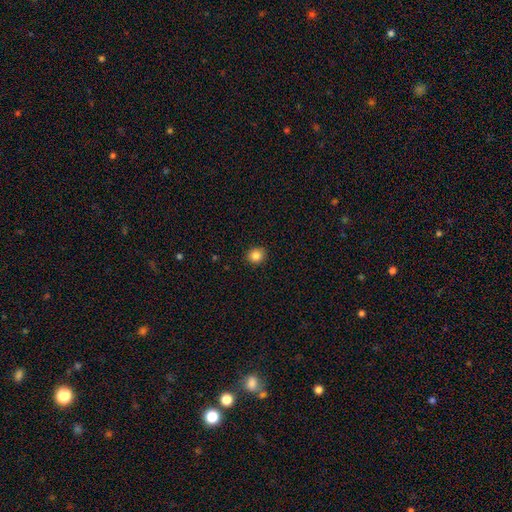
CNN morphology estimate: smooth-or-featured: smooth: 84% | star or artifact: 11% | featured or disk: 5%
  how-rounded: round: 83% | in between: 16% | cigar-shaped: 1%
  merging: none: 92% | minor disturbance: 6% | major disturbance: 2% | merger: 1%